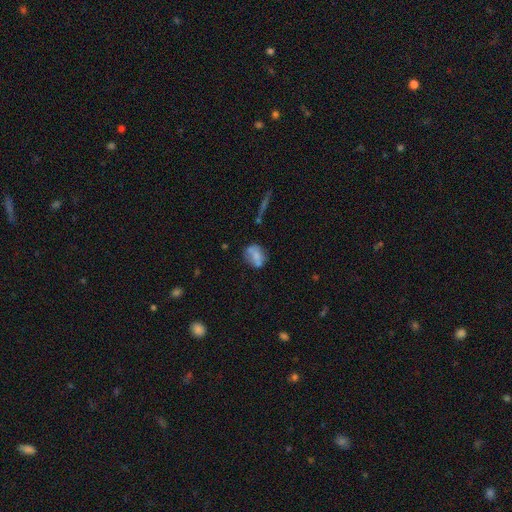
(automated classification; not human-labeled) smooth 61%, featured or disk 30%, star or artifact 9%. Down the decision tree: how rounded — in between (58%); merging — none (49%).